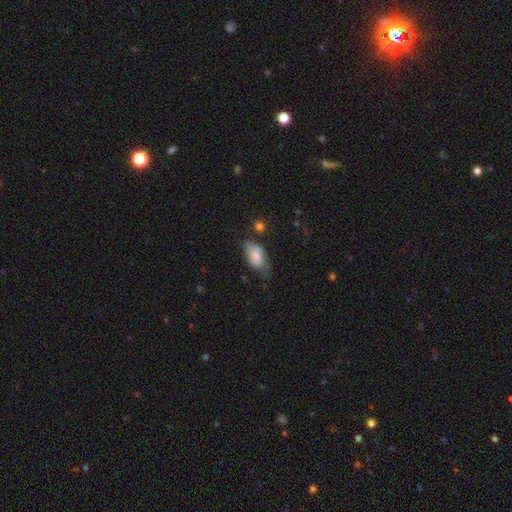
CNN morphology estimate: The model was most divided on "merging": minor disturbance: 38%, none: 36%, major disturbance: 20%, merger: 6%. More confident: how rounded — in between (91%); smooth or featured — smooth (73%).